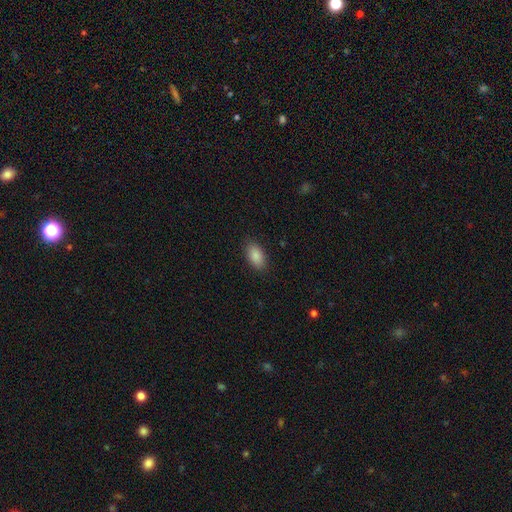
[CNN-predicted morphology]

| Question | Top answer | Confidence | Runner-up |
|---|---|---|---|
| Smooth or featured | smooth | 88% | star or artifact (7%) |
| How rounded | in between | 93% | round (4%) |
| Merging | none | 87% | minor disturbance (9%) |